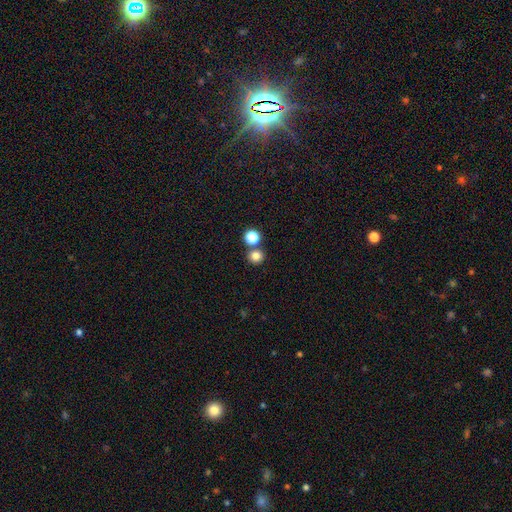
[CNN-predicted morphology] This appears to be a smooth galaxy with no disk features (80%) that is round (91%). Merging: none (73%).